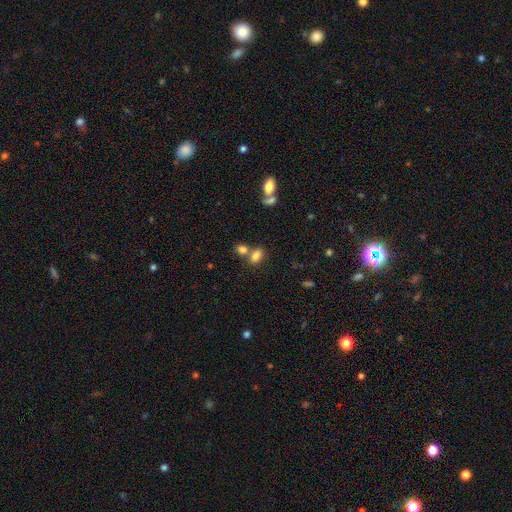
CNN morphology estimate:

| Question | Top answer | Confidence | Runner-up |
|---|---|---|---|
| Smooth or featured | smooth | 81% | star or artifact (11%) |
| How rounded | in between | 84% | round (13%) |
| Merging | none | 46% | merger (39%) |